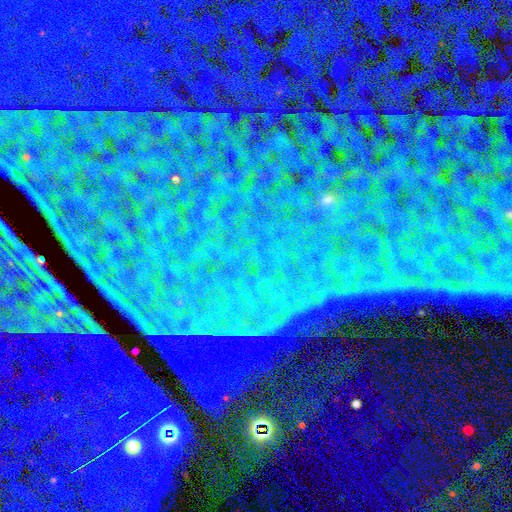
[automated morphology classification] Smooth or featured?
  - star or artifact: 87% *
  - featured or disk: 7%
  - smooth: 6%